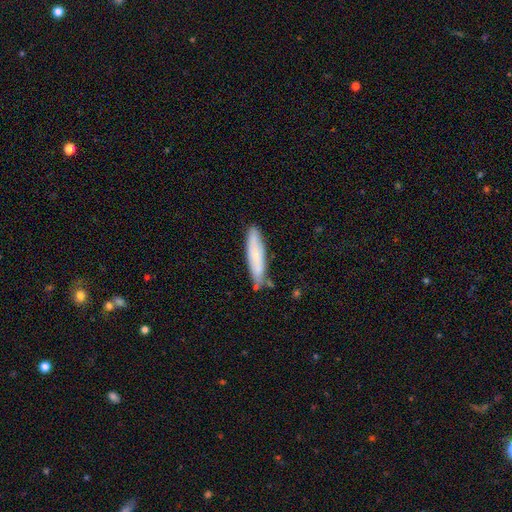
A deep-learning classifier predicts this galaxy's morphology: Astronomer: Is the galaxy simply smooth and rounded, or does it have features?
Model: smooth — 63%.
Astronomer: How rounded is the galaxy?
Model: cigar-shaped — 77%.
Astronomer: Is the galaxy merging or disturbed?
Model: none — 75%.